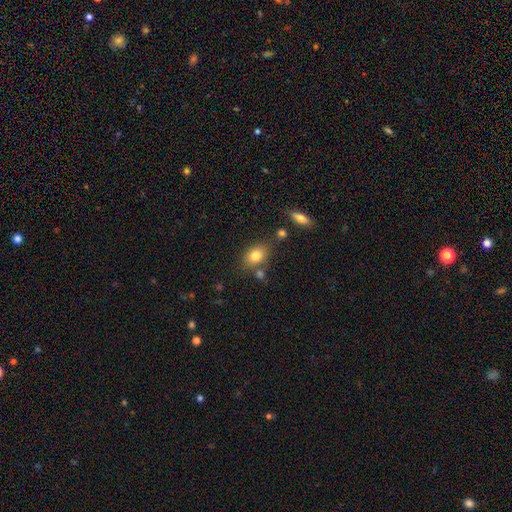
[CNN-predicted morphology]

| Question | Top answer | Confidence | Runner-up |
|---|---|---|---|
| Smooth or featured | smooth | 80% | featured or disk (10%) |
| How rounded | in between | 72% | round (27%) |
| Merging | none | 70% | minor disturbance (14%) |